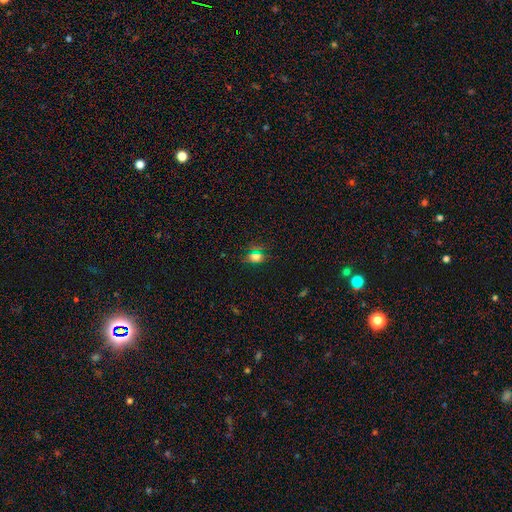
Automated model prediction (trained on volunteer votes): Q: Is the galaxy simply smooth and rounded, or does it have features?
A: smooth — 60%.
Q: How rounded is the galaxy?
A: in between — 56%.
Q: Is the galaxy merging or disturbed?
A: none — 80%.